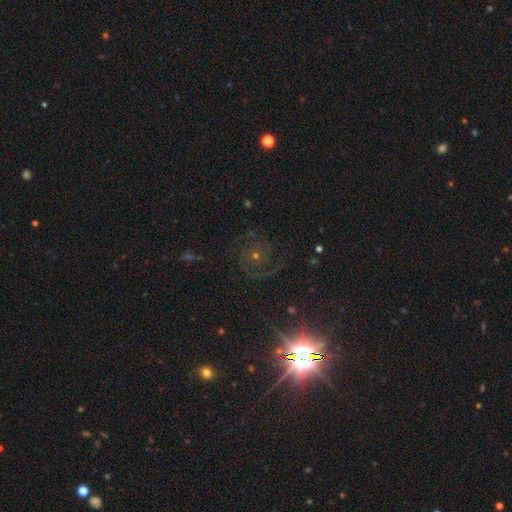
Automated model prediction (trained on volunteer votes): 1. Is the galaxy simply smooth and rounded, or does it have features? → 43% featured or disk, 41% star or artifact, 15% smooth.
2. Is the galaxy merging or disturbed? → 72% none, 13% major disturbance, 13% minor disturbance, 2% merger.